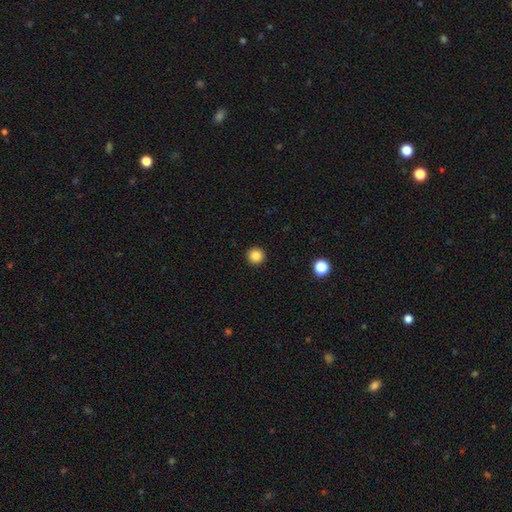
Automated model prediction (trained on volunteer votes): Q: Smooth or featured?
A: smooth (85%); runner-up: star or artifact (11%)
Q: How rounded?
A: round (96%); runner-up: in between (3%)
Q: Merging?
A: none (94%); runner-up: minor disturbance (4%)